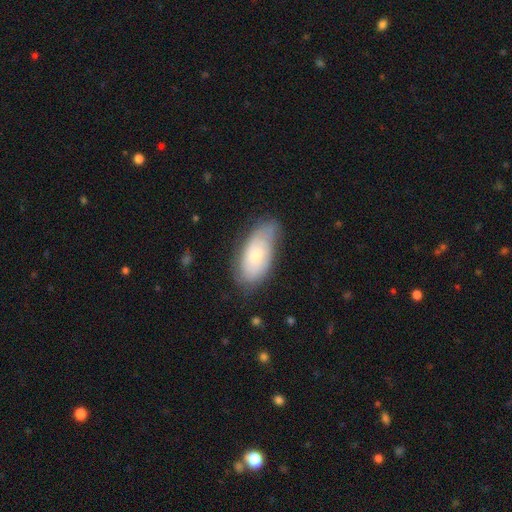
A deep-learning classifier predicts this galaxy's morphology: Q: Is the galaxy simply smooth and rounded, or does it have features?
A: smooth — 49%.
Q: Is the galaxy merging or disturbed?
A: none — 63%.